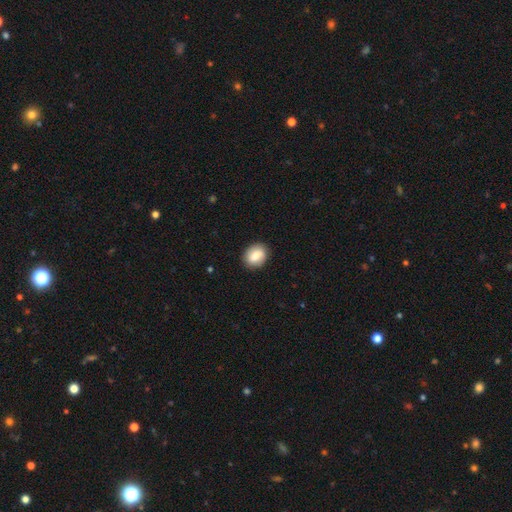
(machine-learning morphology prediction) A smooth galaxy with no disk features (77%) that is in between round and cigar-shaped (49%, tied with round). Merging: none (88%).